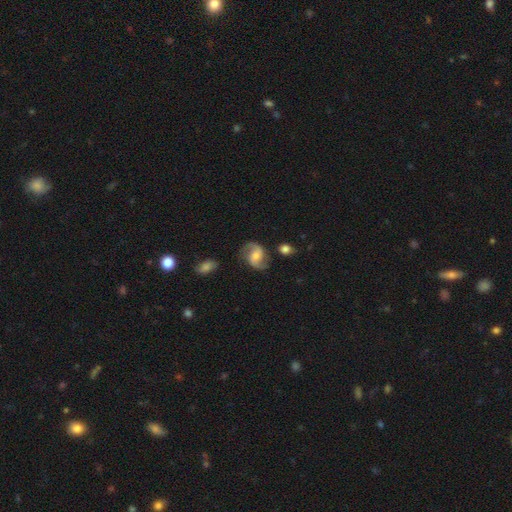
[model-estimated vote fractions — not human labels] Morphology: type=featured or disk (83%); edge-on=no (98%); bar=no (48%); spiral arms=yes (96%); winding=medium (49%); arm count=2 (92%); bulge=moderate (47%); merging=none (77%).